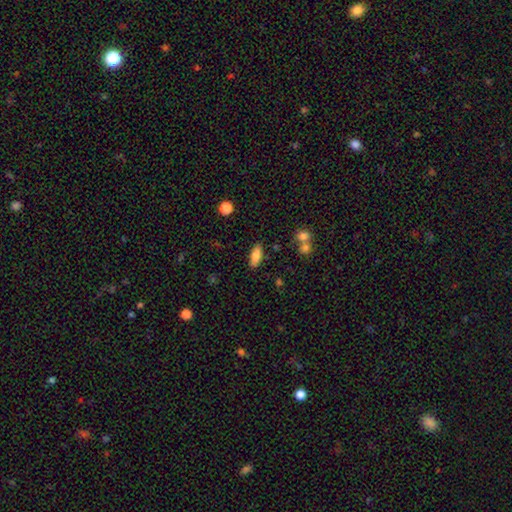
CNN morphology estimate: Smooth or featured? Predicted: smooth (p=0.79). How rounded? Predicted: in between (p=0.78). Merging? Predicted: none (p=0.83).